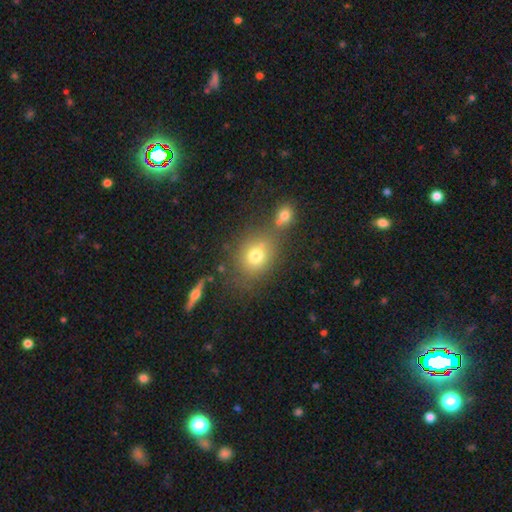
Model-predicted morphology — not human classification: A smooth galaxy with no disk features (73%) that is round (61%).

Vote fractions:
- Smooth or featured? smooth: 73% / star or artifact: 14% / featured or disk: 13%
- How rounded? round: 61% / in between: 37% / cigar-shaped: 2%
- Merging? none: 63% / merger: 19% / minor disturbance: 13% / major disturbance: 5%